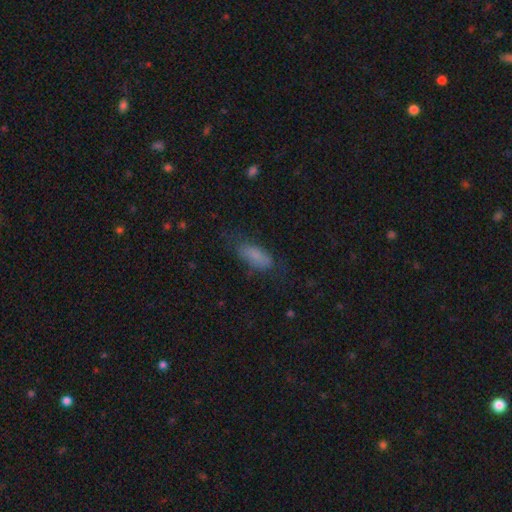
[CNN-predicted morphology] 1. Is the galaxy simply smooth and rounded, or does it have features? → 79% smooth, 12% featured or disk, 10% star or artifact.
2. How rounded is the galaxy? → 74% in between, 24% cigar-shaped, 3% round.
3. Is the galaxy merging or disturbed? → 61% none, 25% minor disturbance, 12% major disturbance, 2% merger.